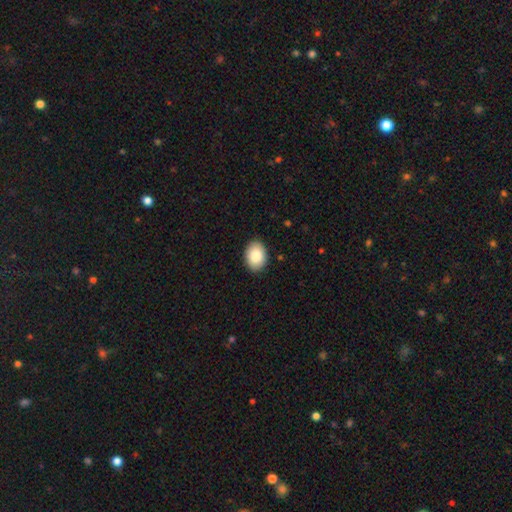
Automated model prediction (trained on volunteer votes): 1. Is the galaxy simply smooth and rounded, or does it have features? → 87% smooth, 7% star or artifact, 6% featured or disk.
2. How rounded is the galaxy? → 75% in between, 24% round, 1% cigar-shaped.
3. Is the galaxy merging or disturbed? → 89% none, 8% minor disturbance, 2% major disturbance, 1% merger.